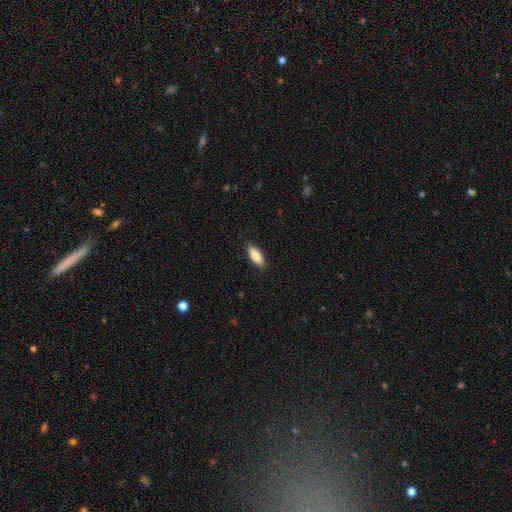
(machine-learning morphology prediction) Smooth or featured: smooth — 85% (featured or disk — 9%)
How rounded: in between — 68% (cigar-shaped — 30%)
Merging: none — 87% (minor disturbance — 10%)